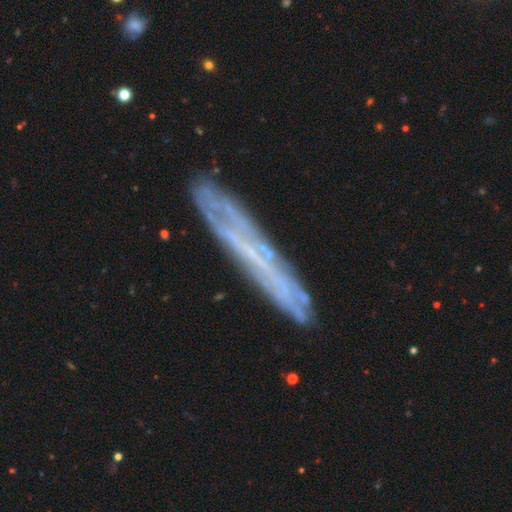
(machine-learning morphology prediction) smooth_or_featured: featured or disk (p=0.61) [alt: smooth p=0.26]
disk_edge_on: yes (p=0.67) [alt: no p=0.33]
merging: none (p=0.81) [alt: minor disturbance p=0.13]